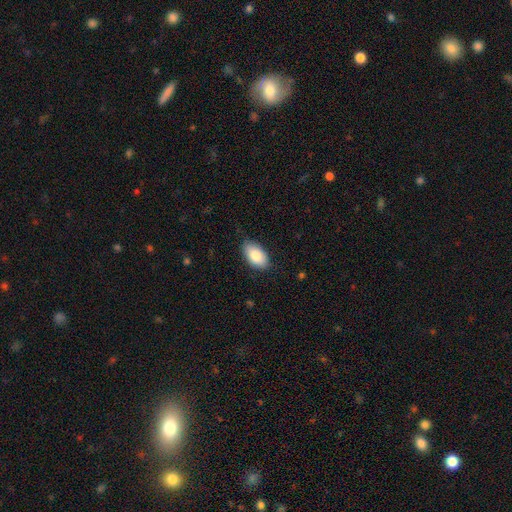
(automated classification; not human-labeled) This appears to be a smooth galaxy with no disk features (86%) that is in between round and cigar-shaped (95%). Merging: none (82%).